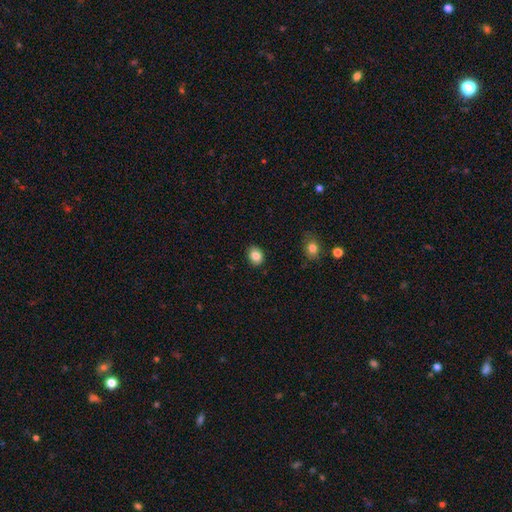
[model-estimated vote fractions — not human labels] A smooth galaxy with no disk features (84%) that is round (58%).

Vote fractions:
- Smooth or featured? smooth: 84% / star or artifact: 9% / featured or disk: 7%
- How rounded? round: 58% / in between: 41% / cigar-shaped: 1%
- Merging? none: 89% / minor disturbance: 8% / major disturbance: 2% / merger: 1%